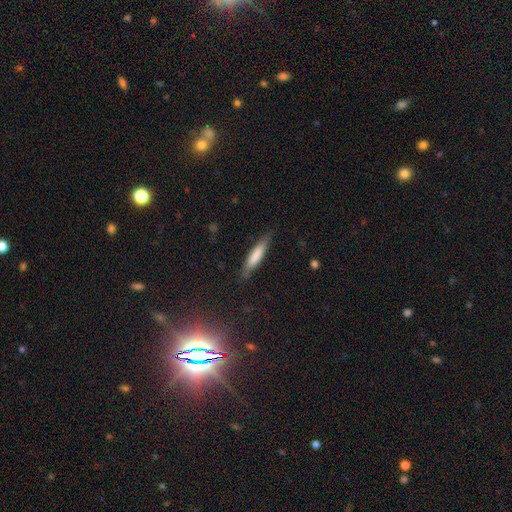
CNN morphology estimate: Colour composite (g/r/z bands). It shows a smooth galaxy with no disk features (71%) that is cigar-shaped (85%). Merging: none (83%).